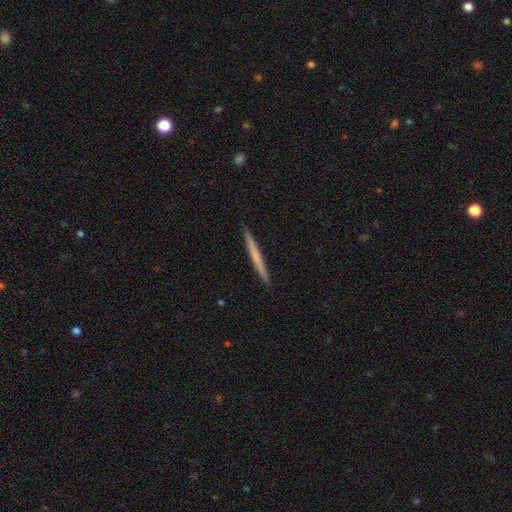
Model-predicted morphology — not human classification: type=smooth (55%); roundness=cigar-shaped (97%); merging=none (93%).